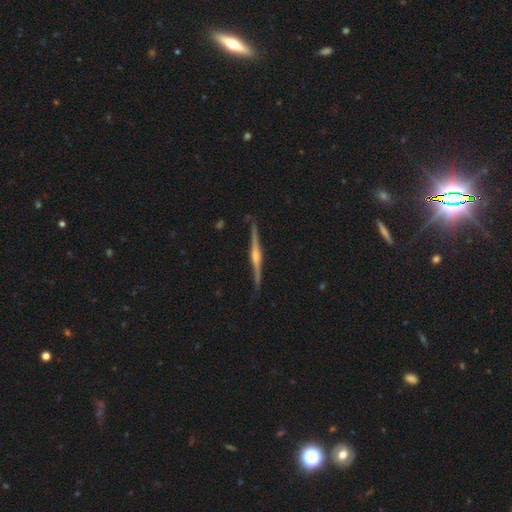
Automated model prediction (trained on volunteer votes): Smooth or featured: featured or disk — 85% (smooth — 10%)
Edge-on disk: yes — 98% (no — 2%)
Edge-on bulge: rounded — 86% (boxy — 8%)
Merging: none — 87% (minor disturbance — 10%)